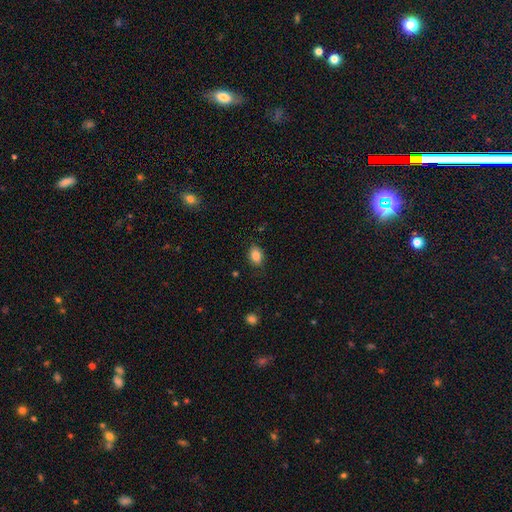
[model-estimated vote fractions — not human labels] Morphology: type=smooth (86%); roundness=in between (76%); merging=none (80%).